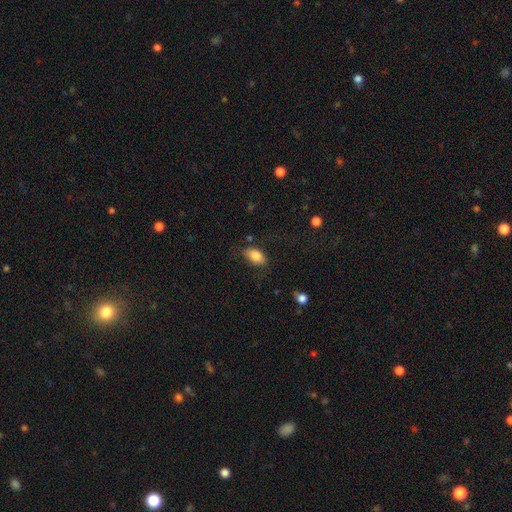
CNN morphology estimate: smooth 83%, featured or disk 10%, star or artifact 8%. Down the decision tree: how rounded — in between (91%); merging — none (71%).